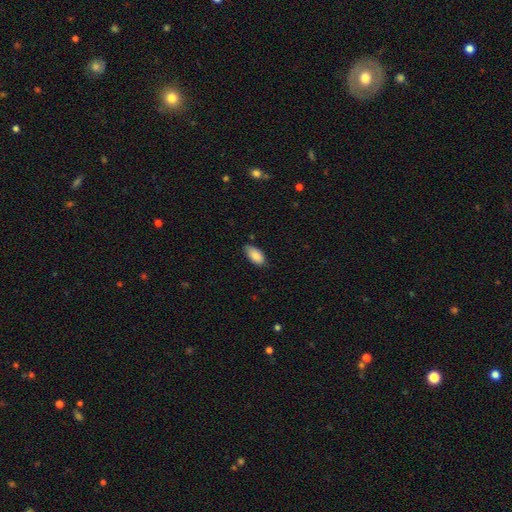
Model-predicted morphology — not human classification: smooth 87%, star or artifact 7%, featured or disk 6%. Down the decision tree: how rounded — in between (93%); merging — none (68%).